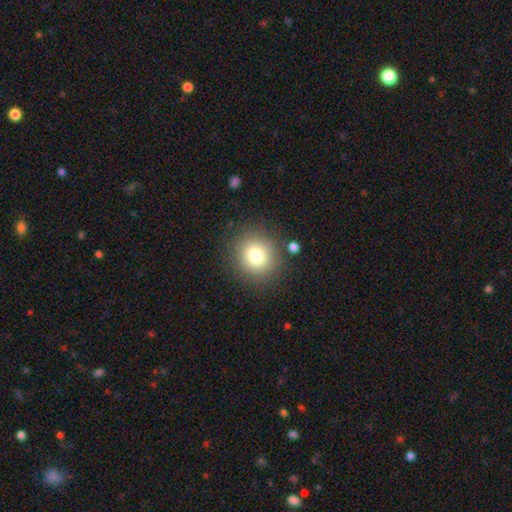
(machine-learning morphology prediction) This is likely a smooth galaxy (78%). How rounded: clearly round (89%). Merging: clearly none (86%).